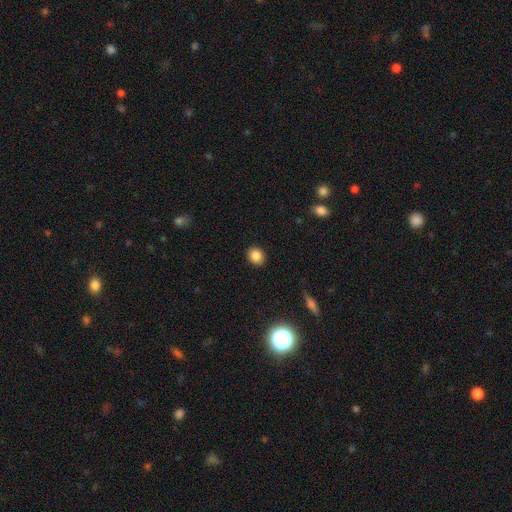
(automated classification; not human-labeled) Smooth or featured? Predicted: smooth (p=0.85). How rounded? Predicted: round (p=0.68). Merging? Predicted: none (p=0.90).